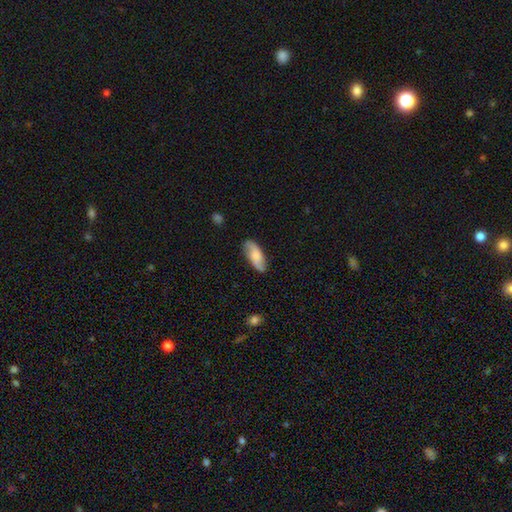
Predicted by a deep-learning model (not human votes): The model was most divided on "smooth or featured": smooth: 61%, featured or disk: 33%, star or artifact: 7%. More confident: how rounded — in between (81%); merging — none (80%).